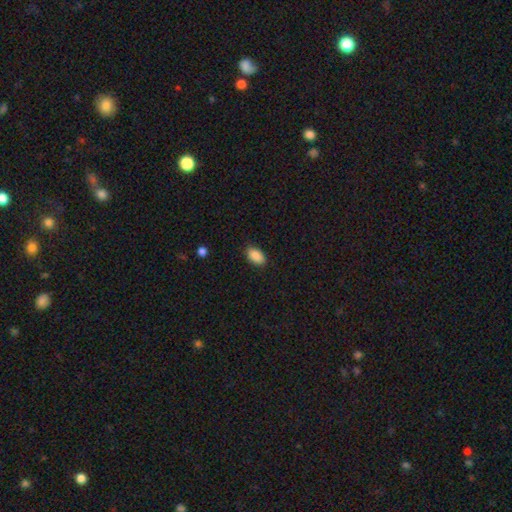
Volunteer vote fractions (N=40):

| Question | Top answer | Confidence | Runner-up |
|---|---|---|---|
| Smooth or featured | smooth | 95% | star or artifact (5%) |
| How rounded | in between | 97% | round (3%) |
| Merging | none | 84% | minor disturbance (11%) |